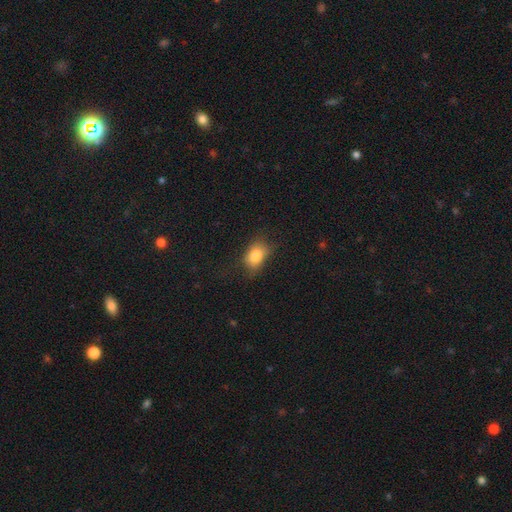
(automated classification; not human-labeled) This appears to be a smooth galaxy with no disk features (80%) that is in between round and cigar-shaped (72%). Merging: none (66%).